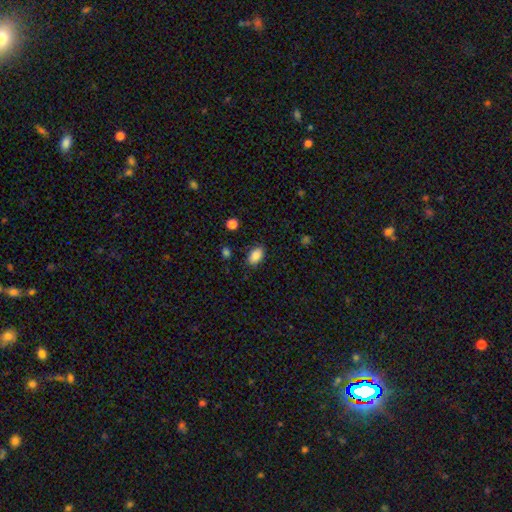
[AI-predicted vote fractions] smooth_or_featured: smooth (p=0.87) [alt: star or artifact p=0.08]
how_rounded: in between (p=0.90) [alt: round p=0.09]
merging: none (p=0.84) [alt: minor disturbance p=0.12]